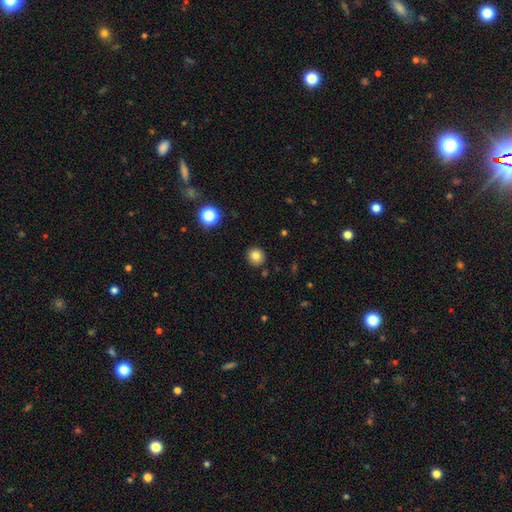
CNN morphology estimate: Smooth or featured? smooth (82%)
How rounded? round (91%)
Merging? none (90%)